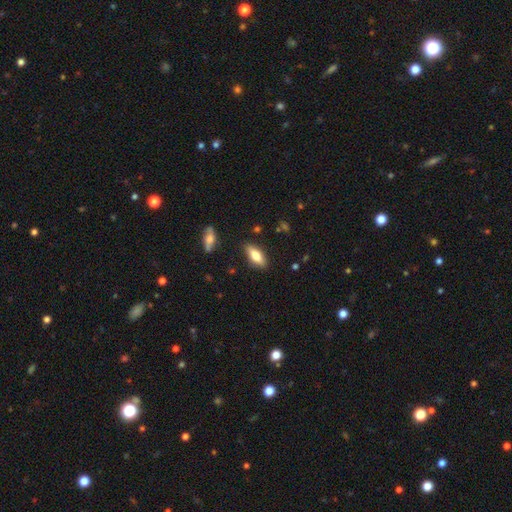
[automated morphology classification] Overall: smooth (76%). How rounded: in between (75%). Merging: none (84%).